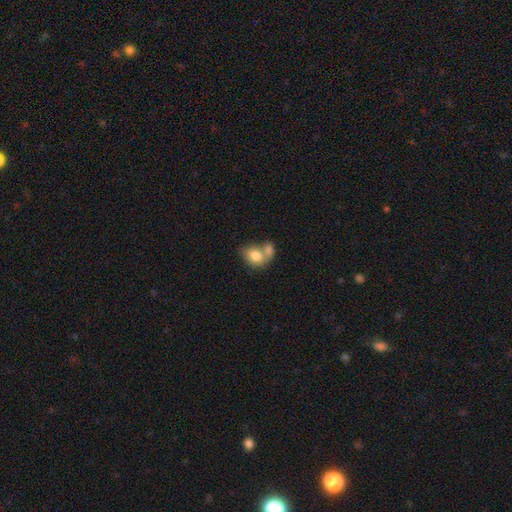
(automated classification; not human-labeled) A smooth galaxy with no disk features (77%) that is in between round and cigar-shaped (62%). Merging: merger (60%).